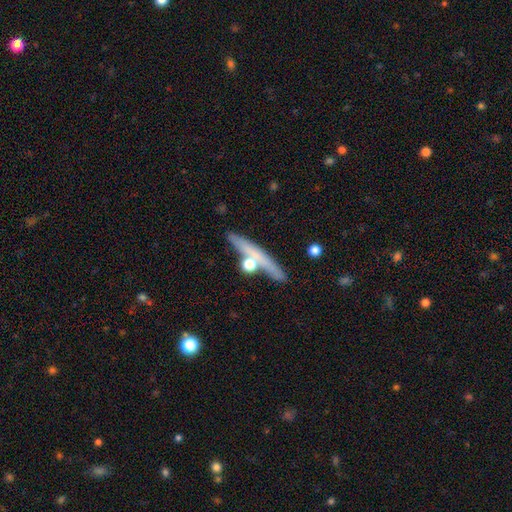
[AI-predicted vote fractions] Morphology: type=featured or disk (48%); merging=none (75%).